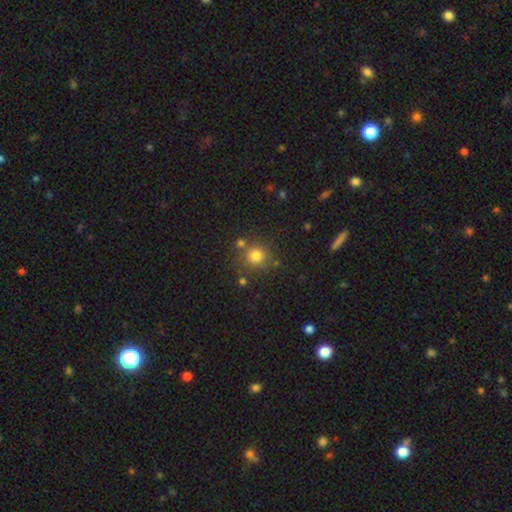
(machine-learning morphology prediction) The model was most divided on "smooth or featured": smooth: 78%, star or artifact: 15%, featured or disk: 7%. More confident: how rounded — round (91%); merging — none (77%).